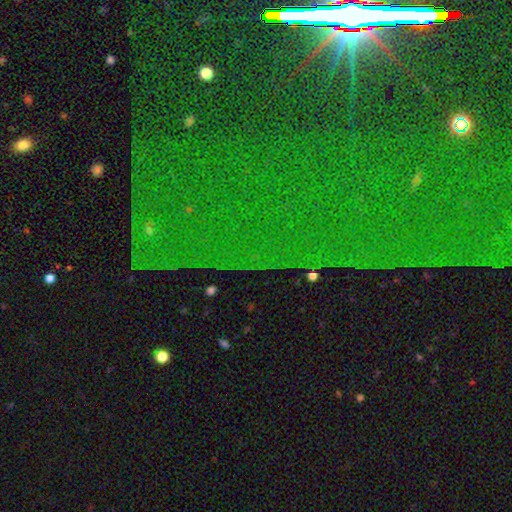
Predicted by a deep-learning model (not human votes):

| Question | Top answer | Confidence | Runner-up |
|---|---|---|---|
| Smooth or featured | star or artifact | 85% | featured or disk (8%) |